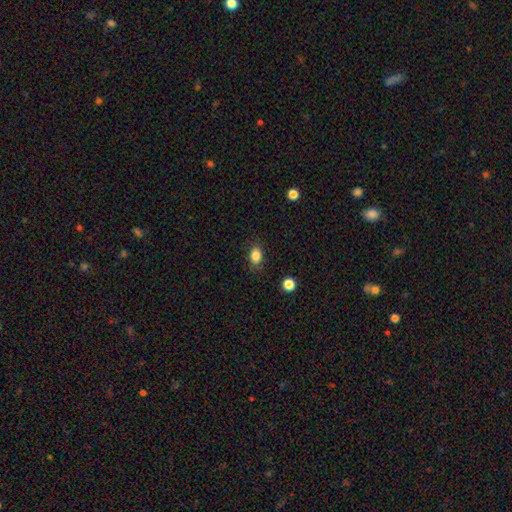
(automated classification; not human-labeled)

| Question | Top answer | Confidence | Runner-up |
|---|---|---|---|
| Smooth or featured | smooth | 85% | star or artifact (10%) |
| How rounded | in between | 74% | round (25%) |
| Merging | none | 80% | minor disturbance (15%) |